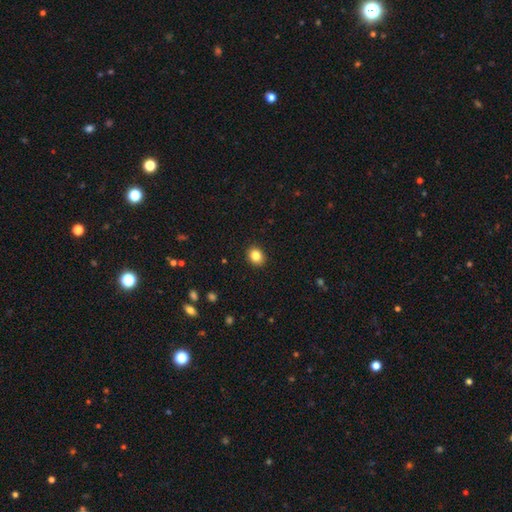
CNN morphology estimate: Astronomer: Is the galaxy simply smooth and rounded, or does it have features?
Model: smooth — 85%.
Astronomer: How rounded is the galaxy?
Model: round — 59% (runner-up: in between, 40%).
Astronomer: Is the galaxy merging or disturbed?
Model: none — 91%.